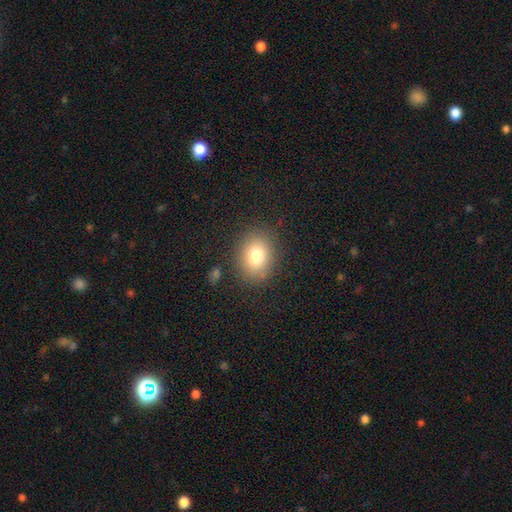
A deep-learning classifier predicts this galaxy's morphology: smooth 78%, star or artifact 11%, featured or disk 11%. Down the decision tree: how rounded — in between (55%); merging — none (85%).